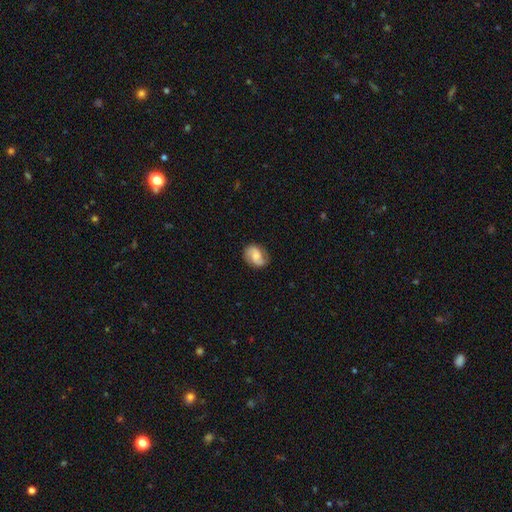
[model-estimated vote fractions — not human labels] smooth_or_featured: featured or disk (p=0.69) [alt: smooth p=0.25]
disk_edge_on: no (p=0.98) [alt: yes p=0.02]
bar: weak (p=0.45) [alt: no p=0.41]
has_spiral_arms: yes (p=0.94) [alt: no p=0.06]
spiral_winding: medium (p=0.46) [alt: loose p=0.28]
spiral_arm_count: 2 (p=0.89) [alt: can't tell p=0.05]
bulge_size: moderate (p=0.41) [alt: small p=0.32]
merging: none (p=0.80) [alt: minor disturbance p=0.14]